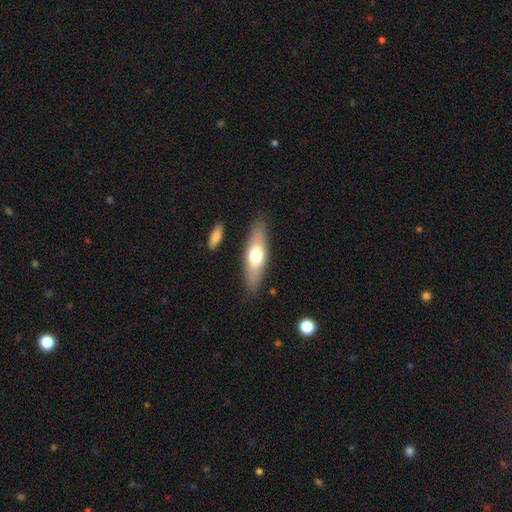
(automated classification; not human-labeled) Overall: smooth (59%; featured or disk 35%). How rounded: in between (49%, tied with cigar-shaped). Merging: none (82%).